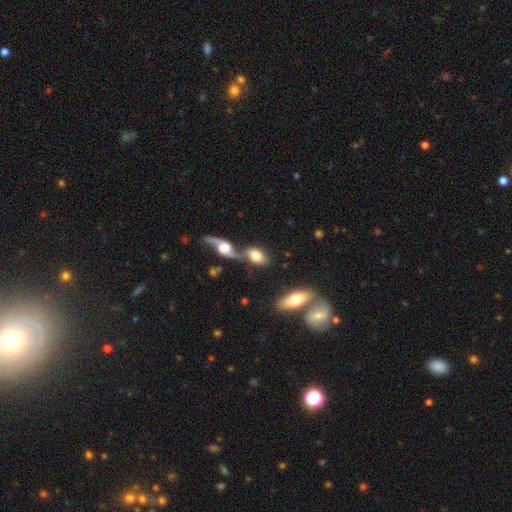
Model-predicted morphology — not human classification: The model was most divided on "merging": merger: 45%, none: 35%, minor disturbance: 12%, major disturbance: 7%. More confident: how rounded — in between (88%); smooth or featured — smooth (65%).